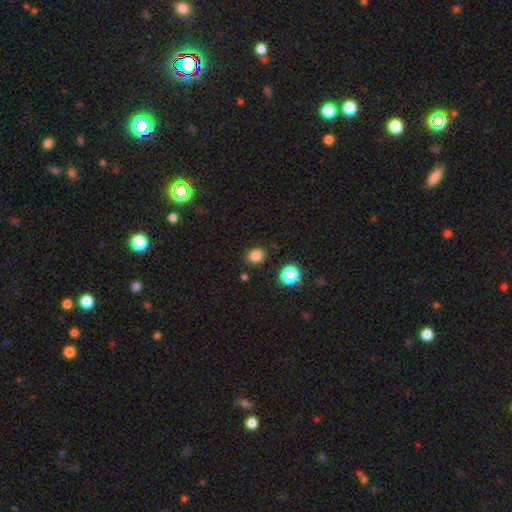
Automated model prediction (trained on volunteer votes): This is clearly a smooth galaxy (82%). How rounded: likely round (62%). Merging: clearly none (86%).